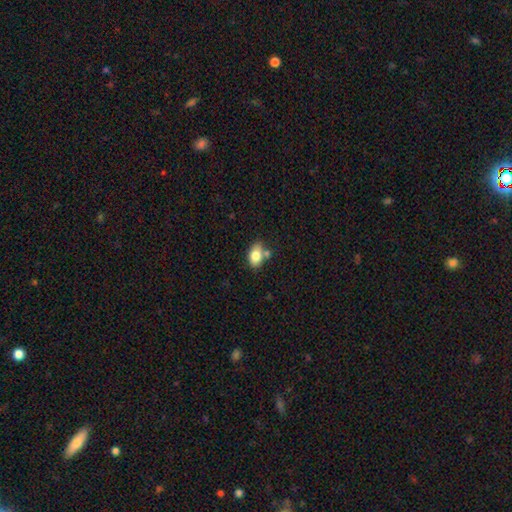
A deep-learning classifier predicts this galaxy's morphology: Q: Smooth or featured?
A: smooth (79%); runner-up: featured or disk (13%)
Q: How rounded?
A: in between (85%); runner-up: round (14%)
Q: Merging?
A: none (60%); runner-up: merger (18%)